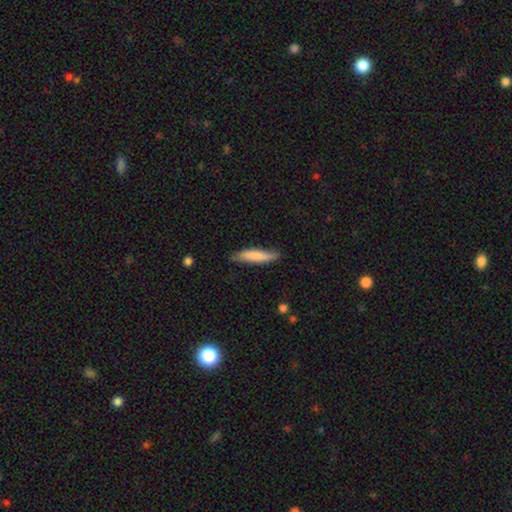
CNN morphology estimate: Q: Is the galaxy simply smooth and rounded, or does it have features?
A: smooth — 76%.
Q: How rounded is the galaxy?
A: cigar-shaped — 82%.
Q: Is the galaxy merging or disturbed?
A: none — 70%.